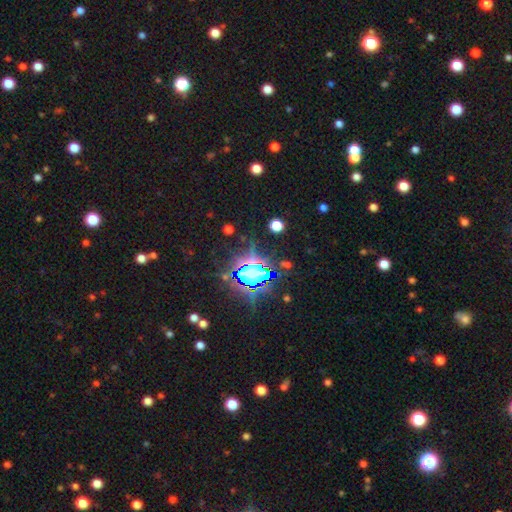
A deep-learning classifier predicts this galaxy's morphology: Q: Smooth or featured?
A: star or artifact (73%); runner-up: smooth (15%)